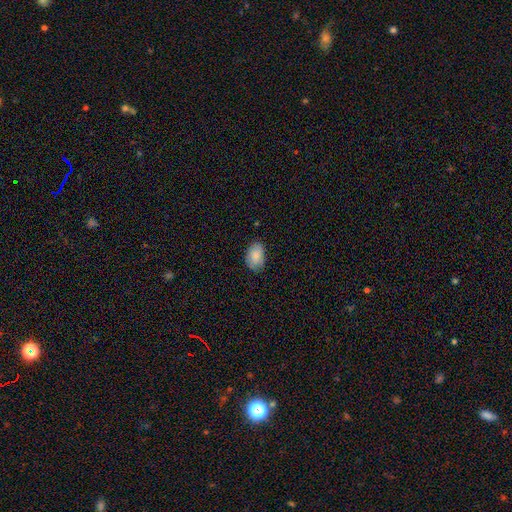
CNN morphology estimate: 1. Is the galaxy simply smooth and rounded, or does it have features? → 85% smooth, 8% featured or disk, 7% star or artifact.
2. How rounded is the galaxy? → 86% in between, 13% round, 1% cigar-shaped.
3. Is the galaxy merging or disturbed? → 77% none, 19% minor disturbance, 3% major disturbance, 1% merger.